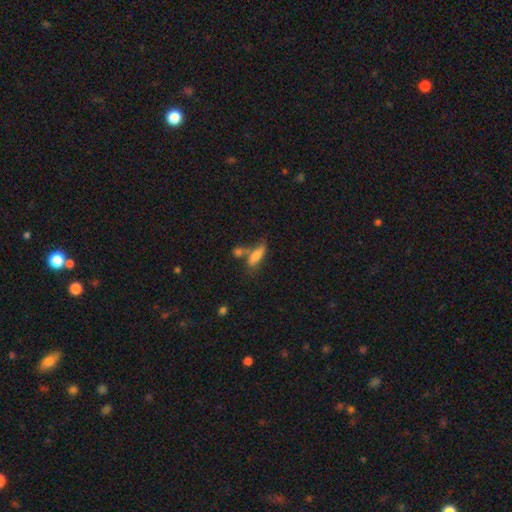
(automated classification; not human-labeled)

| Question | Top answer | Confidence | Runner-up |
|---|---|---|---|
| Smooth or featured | smooth | 67% | featured or disk (24%) |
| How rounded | in between | 50% | cigar-shaped (46%) |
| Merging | none | 45% | merger (28%) |